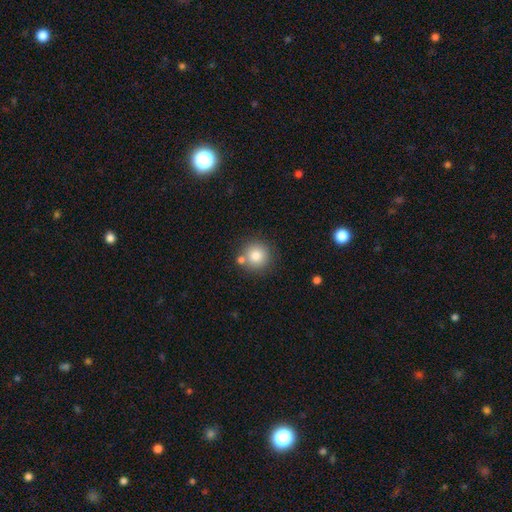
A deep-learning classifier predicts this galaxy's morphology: This is clearly a smooth galaxy (81%). How rounded: clearly round (94%). Merging: likely none (75%).